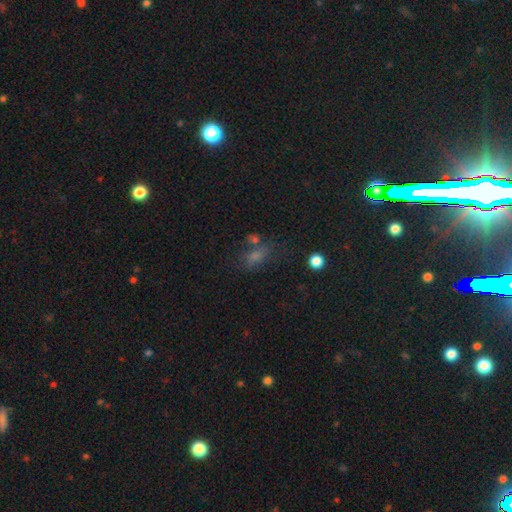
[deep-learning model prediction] This appears to be a smooth galaxy with no disk features (50%). Merging: none (54%).